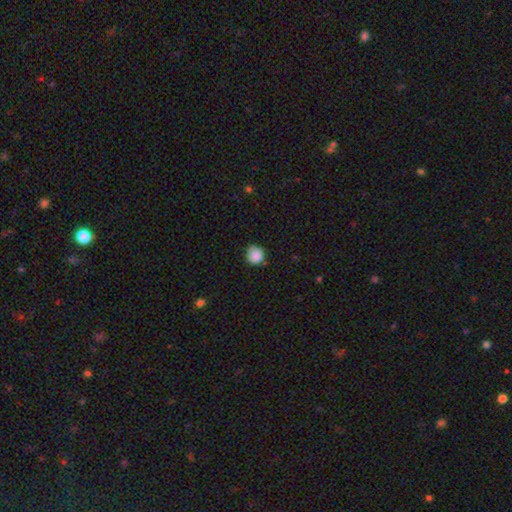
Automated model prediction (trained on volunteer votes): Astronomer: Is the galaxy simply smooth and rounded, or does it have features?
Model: smooth — 87%.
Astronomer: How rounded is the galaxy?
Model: round — 89%.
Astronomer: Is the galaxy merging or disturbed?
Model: none — 67%.